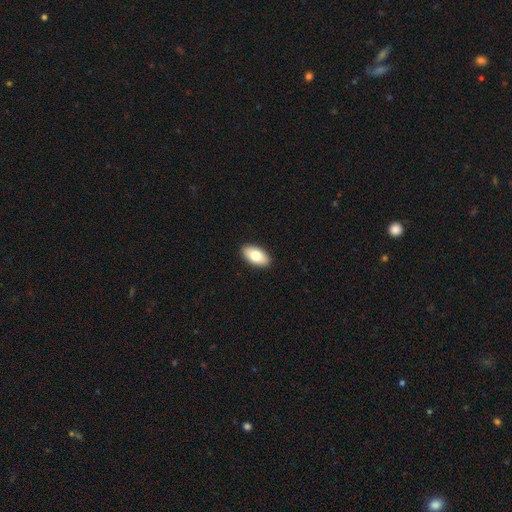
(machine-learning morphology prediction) A smooth galaxy with no disk features (78%) that is in between round and cigar-shaped (94%).

Vote fractions:
- Smooth or featured? smooth: 78% / featured or disk: 16% / star or artifact: 6%
- How rounded? in between: 94% / round: 3% / cigar-shaped: 3%
- Merging? none: 91% / minor disturbance: 7% / major disturbance: 2% / merger: 1%